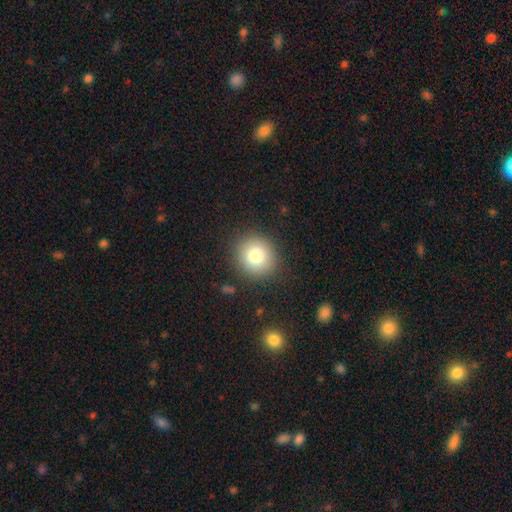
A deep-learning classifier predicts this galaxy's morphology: smooth_or_featured: smooth (p=0.81) [alt: star or artifact p=0.10]
how_rounded: round (p=0.89) [alt: in between p=0.10]
merging: none (p=0.88) [alt: minor disturbance p=0.08]